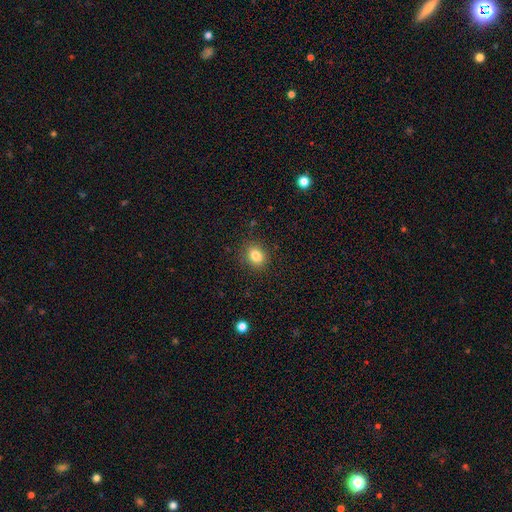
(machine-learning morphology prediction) smooth_or_featured: smooth (p=0.83) [alt: star or artifact p=0.11]
how_rounded: round (p=0.56) [alt: in between p=0.43]
merging: none (p=0.87) [alt: minor disturbance p=0.09]